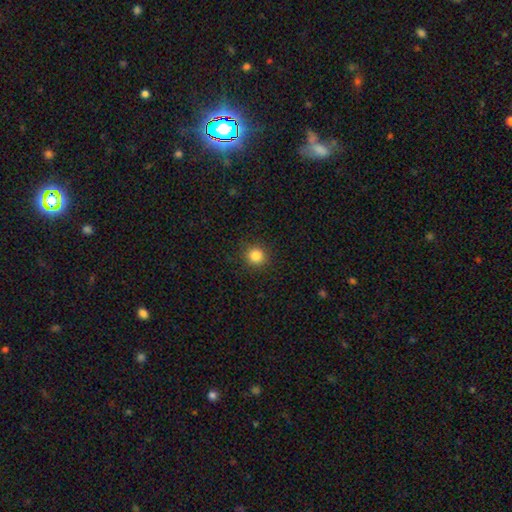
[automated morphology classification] smooth_or_featured: smooth (p=0.84) [alt: star or artifact p=0.12]
how_rounded: round (p=0.94) [alt: in between p=0.05]
merging: none (p=0.91) [alt: minor disturbance p=0.06]